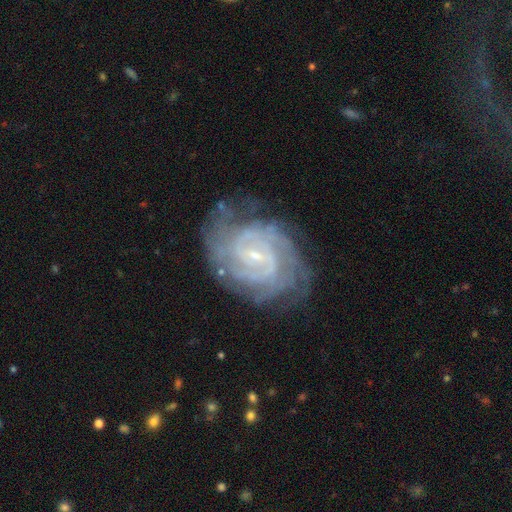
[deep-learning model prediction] The model was most divided on "spiral arm count" (2-way tie): 2: 28%, can't tell: 28%, 3: 15%, 4: 14%, more than 4: 8%, 1: 6%. More confident: edge-on disk — no (98%); spiral arms — yes (97%); smooth or featured — featured or disk (89%); bulge size — small (82%); merging — none (74%); spiral winding — tight (68%); bar — weak (53%).